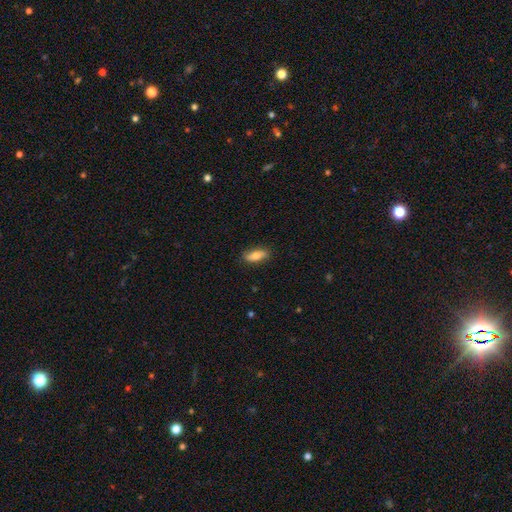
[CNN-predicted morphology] smooth 75%, featured or disk 18%, star or artifact 6%. Down the decision tree: how rounded — in between (71%); merging — none (85%).